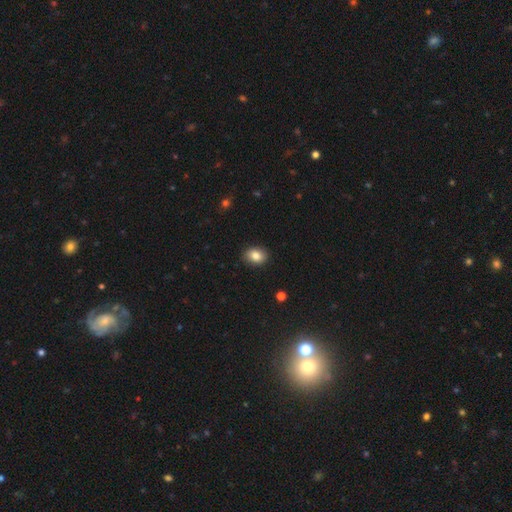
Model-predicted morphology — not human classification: type=smooth (84%); roundness=in between (64%); merging=none (89%).